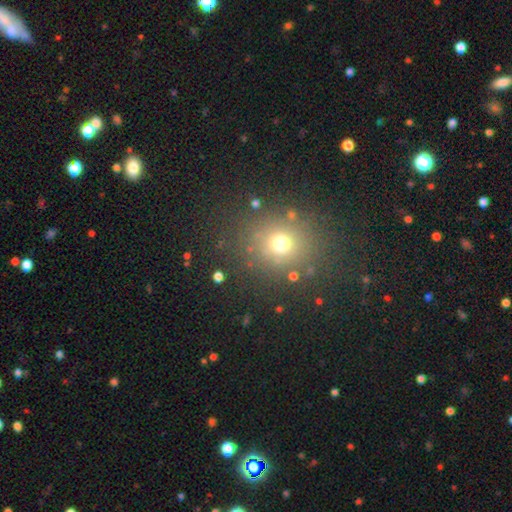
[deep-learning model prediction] Smooth or featured: smooth — 57% (star or artifact — 35%)
How rounded: round — 77% (in between — 22%)
Merging: none — 88% (minor disturbance — 7%)